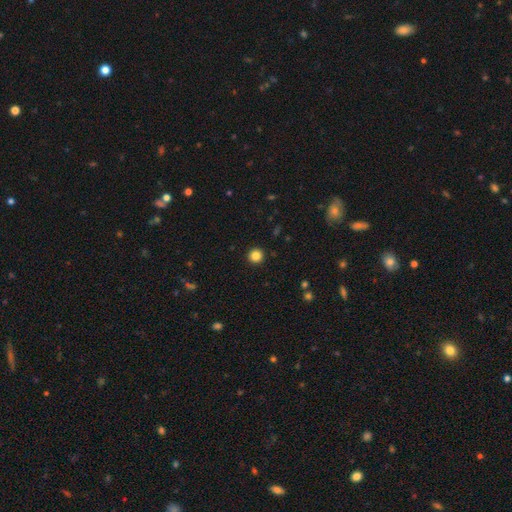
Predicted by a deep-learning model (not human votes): Smooth or featured? smooth (85%)
How rounded? round (95%)
Merging? none (93%)